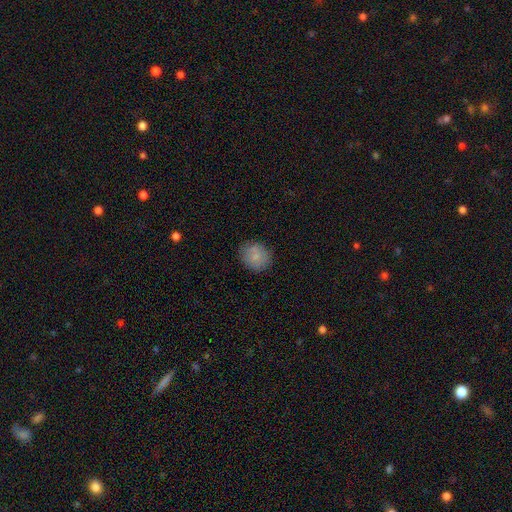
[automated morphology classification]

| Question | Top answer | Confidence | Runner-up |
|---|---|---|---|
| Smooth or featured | smooth | 80% | featured or disk (11%) |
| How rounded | round | 77% | in between (22%) |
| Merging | none | 81% | minor disturbance (14%) |